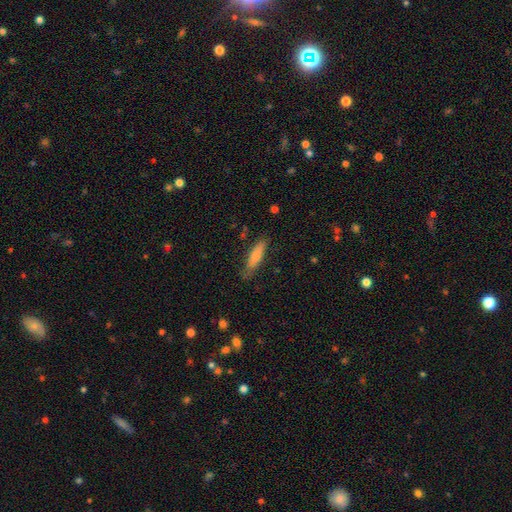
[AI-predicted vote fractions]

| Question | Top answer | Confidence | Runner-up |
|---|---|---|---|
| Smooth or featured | smooth | 75% | featured or disk (18%) |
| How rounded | cigar-shaped | 71% | in between (27%) |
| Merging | none | 73% | minor disturbance (20%) |